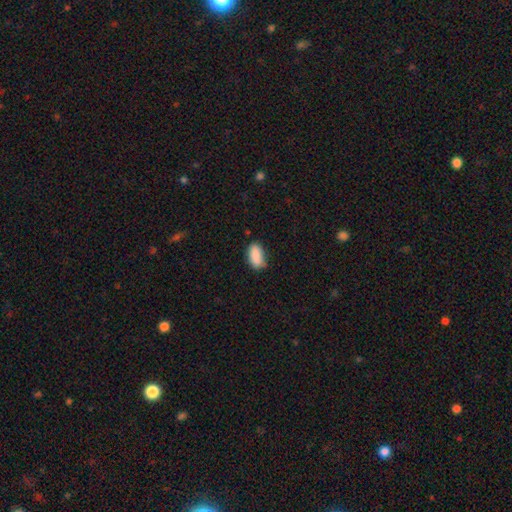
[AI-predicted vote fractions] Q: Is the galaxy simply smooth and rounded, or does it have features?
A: smooth — 88%.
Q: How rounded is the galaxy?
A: in between — 93%.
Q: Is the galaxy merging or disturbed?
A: none — 69%.